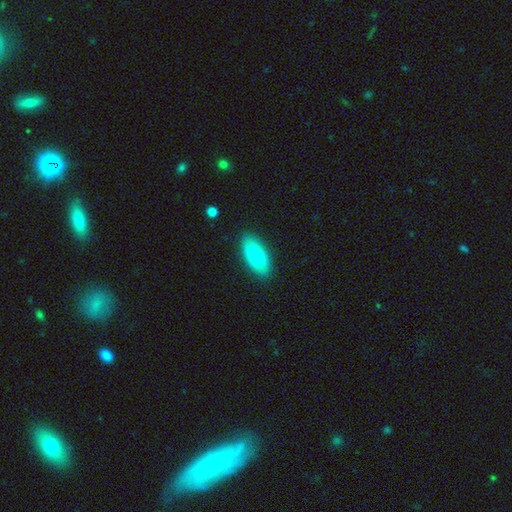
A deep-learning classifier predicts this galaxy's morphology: smooth-or-featured: smooth: 84% | featured or disk: 10% | star or artifact: 6%
  how-rounded: in between: 87% | cigar-shaped: 11% | round: 2%
  merging: none: 87% | minor disturbance: 10% | major disturbance: 2% | merger: 1%